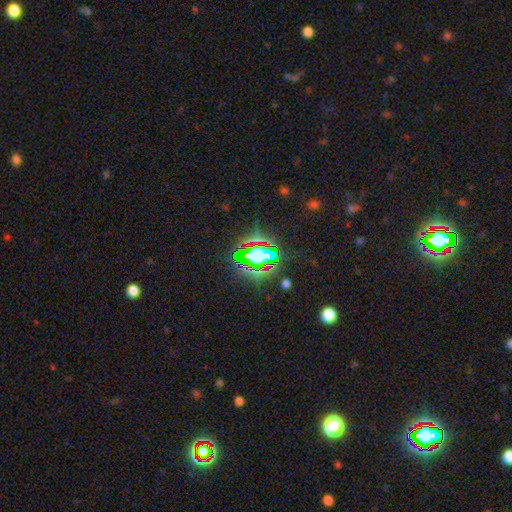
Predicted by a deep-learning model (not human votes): This is likely a star or artifact rather than a galaxy (65%).